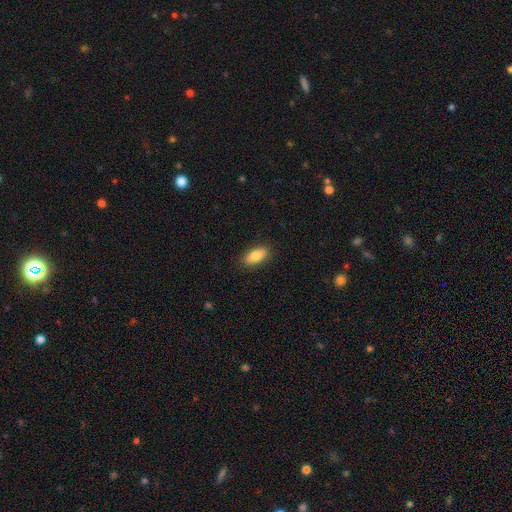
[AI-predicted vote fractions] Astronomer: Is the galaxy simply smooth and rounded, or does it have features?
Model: smooth — 79%.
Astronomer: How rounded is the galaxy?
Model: in between — 89%.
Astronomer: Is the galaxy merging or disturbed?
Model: none — 87%.